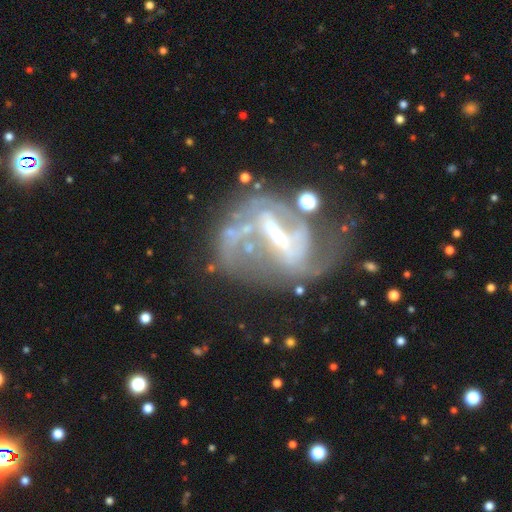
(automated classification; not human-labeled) A featured or disk galaxy (83%) with a strong bar (59%), 2 (60%) medium (41%) spiral arms (81%) and a small central bulge (56%). Merging: none (38%).